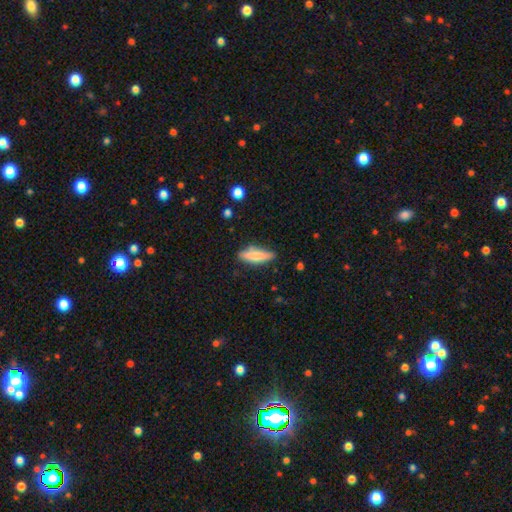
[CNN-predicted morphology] Smooth or featured: smooth — 65% (featured or disk — 29%)
How rounded: cigar-shaped — 64% (in between — 34%)
Merging: none — 77% (minor disturbance — 16%)